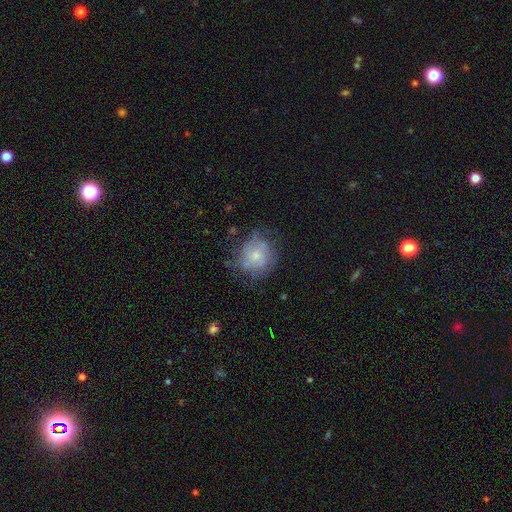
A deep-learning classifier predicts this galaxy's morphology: Smooth or featured?
  - featured or disk: 48% *
  - smooth: 43%
  - star or artifact: 9%
Merging?
  - none: 60% *
  - minor disturbance: 25%
  - major disturbance: 14%
  - merger: 2%